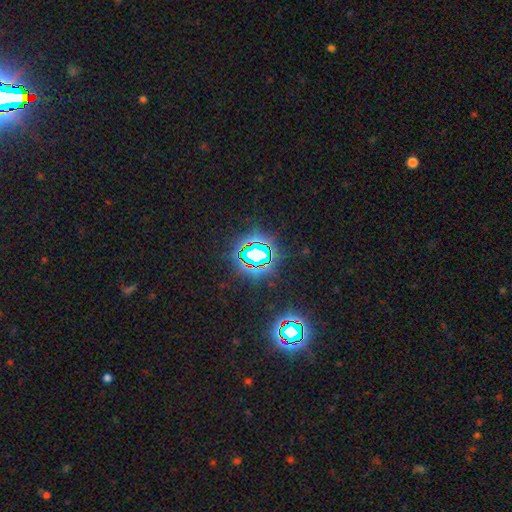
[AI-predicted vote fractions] This is likely a star or artifact rather than a galaxy (76%).